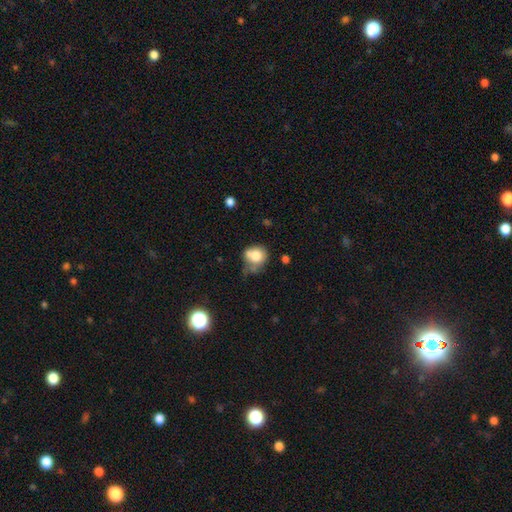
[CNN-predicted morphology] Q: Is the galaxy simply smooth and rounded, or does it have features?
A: smooth — 74%.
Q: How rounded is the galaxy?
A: round — 73%.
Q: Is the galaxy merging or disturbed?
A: none — 40%.